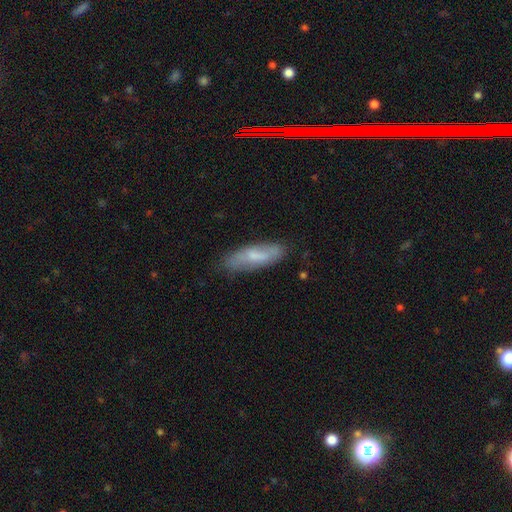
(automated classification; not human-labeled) Smooth or featured? smooth (59%)
How rounded? cigar-shaped (50%)
Merging? none (75%)